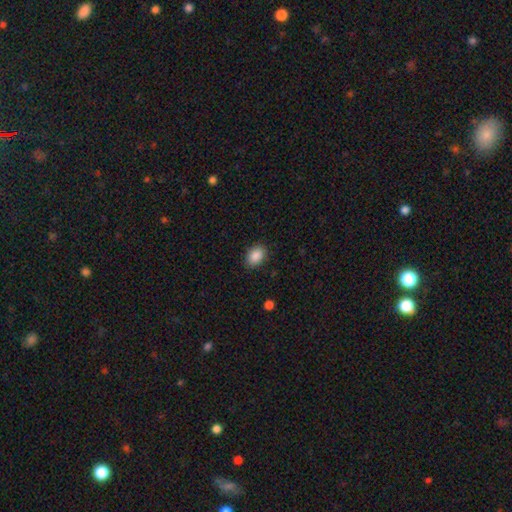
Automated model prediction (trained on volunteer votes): The model was most divided on "how rounded": in between: 80%, round: 19%, cigar-shaped: 1%. More confident: smooth or featured — smooth (89%); merging — none (87%).